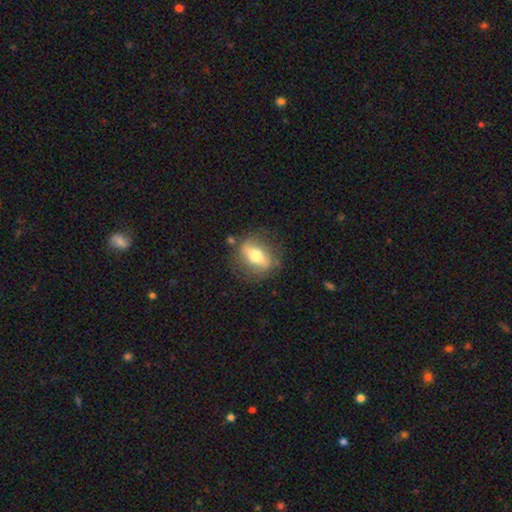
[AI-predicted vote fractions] Morphology: type=featured or disk (50%); edge-on=no (58%); merging=none (74%).